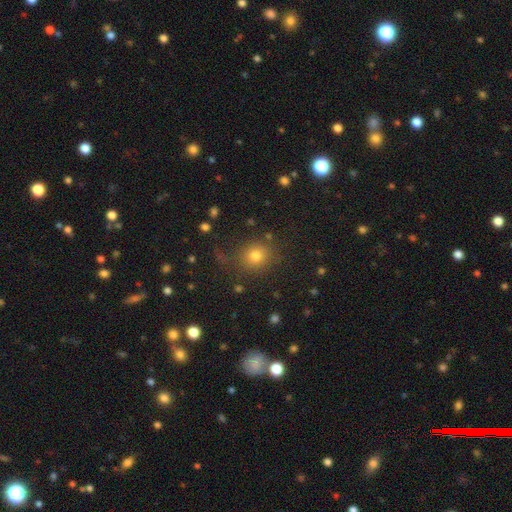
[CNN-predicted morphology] Smooth or featured?
  - smooth: 74% *
  - star or artifact: 18%
  - featured or disk: 8%
How rounded?
  - round: 85% *
  - in between: 14%
  - cigar-shaped: 1%
Merging?
  - none: 83% *
  - minor disturbance: 10%
  - major disturbance: 5%
  - merger: 3%